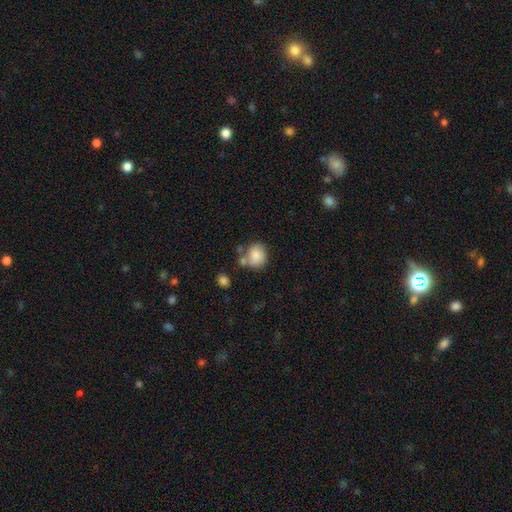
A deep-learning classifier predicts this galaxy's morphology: smooth-or-featured: smooth: 82% | featured or disk: 10% | star or artifact: 8%
  how-rounded: round: 65% | in between: 34% | cigar-shaped: 1%
  merging: none: 52% | merger: 21% | minor disturbance: 19% | major disturbance: 7%